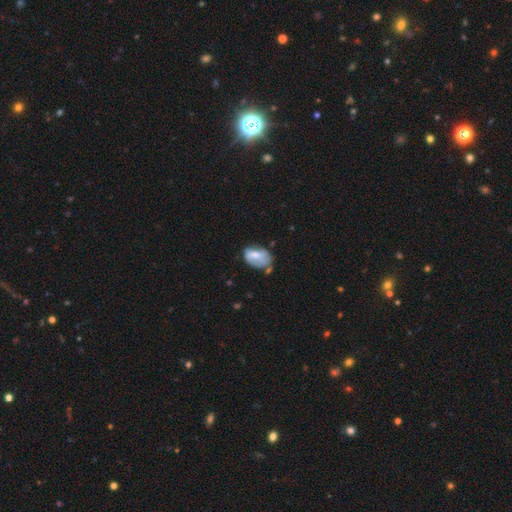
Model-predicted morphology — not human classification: Smooth or featured?
  - smooth: 57% *
  - featured or disk: 35%
  - star or artifact: 8%
How rounded?
  - in between: 88% *
  - round: 10%
  - cigar-shaped: 2%
Merging?
  - none: 37% *
  - minor disturbance: 35%
  - major disturbance: 19%
  - merger: 9%